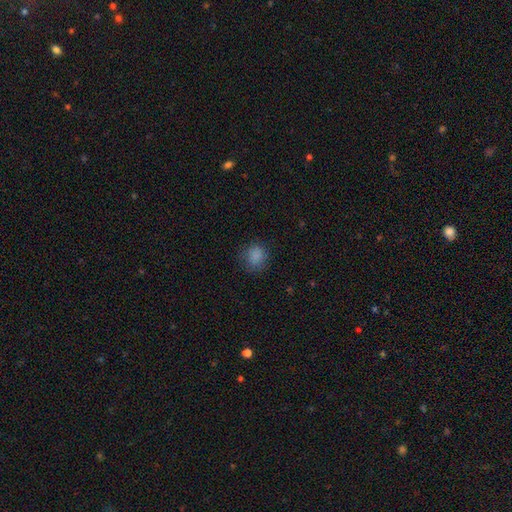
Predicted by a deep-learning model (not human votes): This is clearly a smooth galaxy (84%). How rounded: likely round (74%). Merging: likely none (77%).